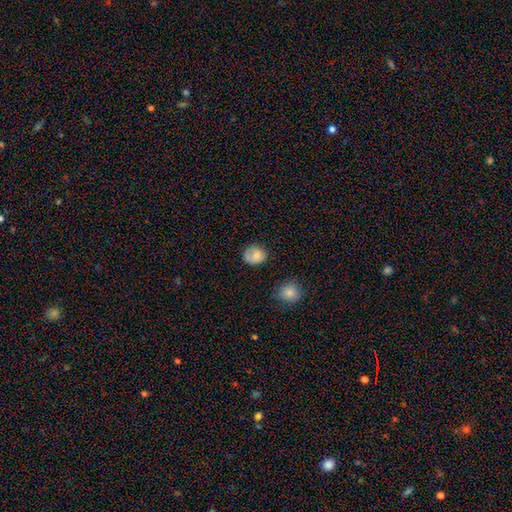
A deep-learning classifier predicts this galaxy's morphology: Q: Smooth or featured?
A: smooth (79%); runner-up: featured or disk (11%)
Q: How rounded?
A: round (66%); runner-up: in between (33%)
Q: Merging?
A: none (63%); runner-up: minor disturbance (26%)